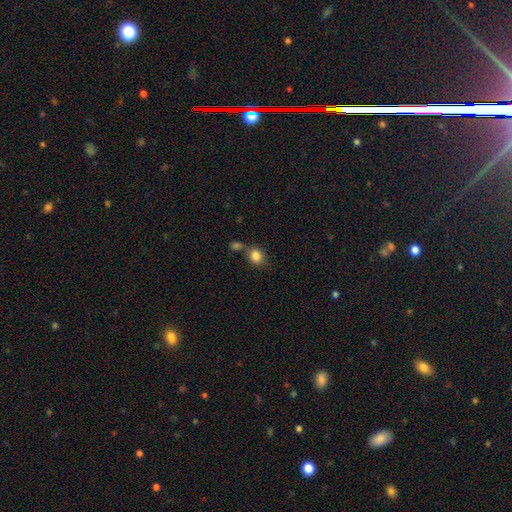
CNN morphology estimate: Smooth or featured: smooth — 84% (star or artifact — 10%)
How rounded: round — 68% (in between — 31%)
Merging: none — 56% (merger — 25%)